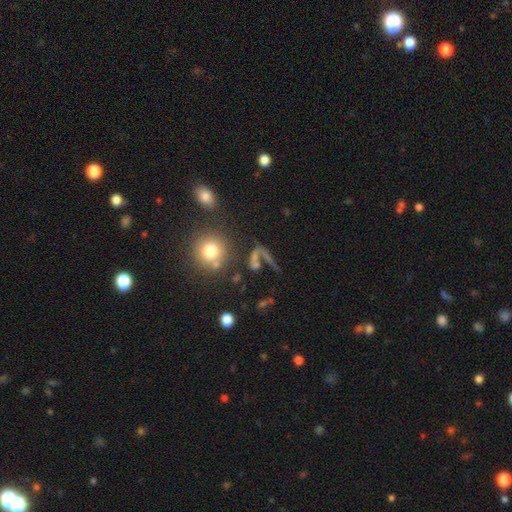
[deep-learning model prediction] A smooth galaxy with no disk features (38%). Merging: none (53%).